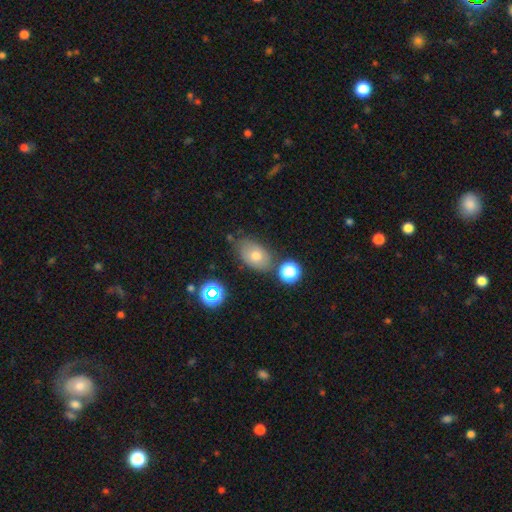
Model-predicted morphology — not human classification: type=smooth (70%); roundness=in between (84%); merging=none (68%).